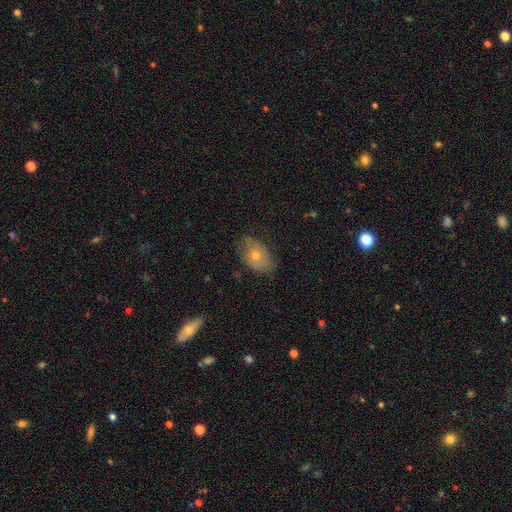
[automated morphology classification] The model was most divided on "smooth or featured": smooth: 53%, featured or disk: 37%, star or artifact: 10%. More confident: how rounded — in between (83%); merging — none (70%).